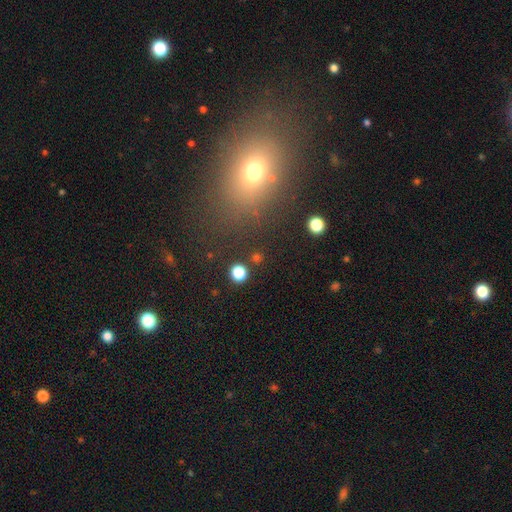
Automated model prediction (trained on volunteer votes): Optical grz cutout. It shows a smooth galaxy with no disk features (57%) that is round (55%). Merging: none (79%).